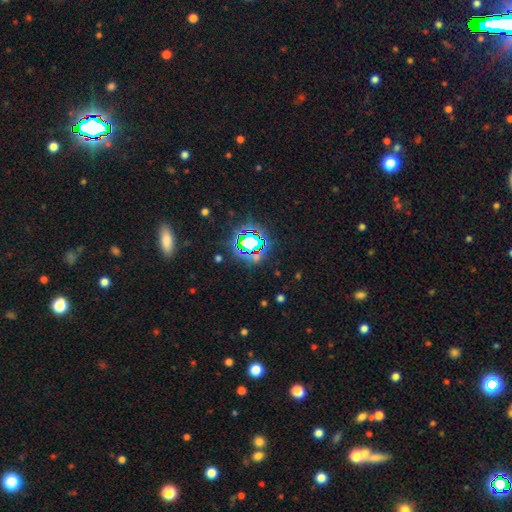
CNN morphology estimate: A star or artifact, not a galaxy (72%).

Vote fractions:
- Smooth or featured? star or artifact: 72% / smooth: 18% / featured or disk: 10%